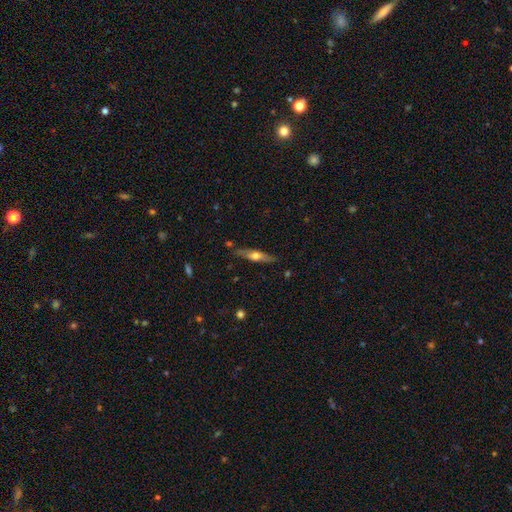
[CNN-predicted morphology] type=featured or disk (57%); edge-on=yes (90%); edge-on bulge=rounded (90%); merging=none (81%).